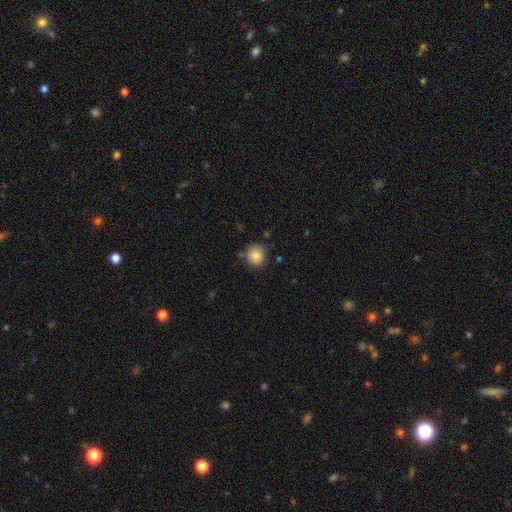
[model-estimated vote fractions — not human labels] Morphology: type=smooth (85%); roundness=round (90%); merging=none (78%).